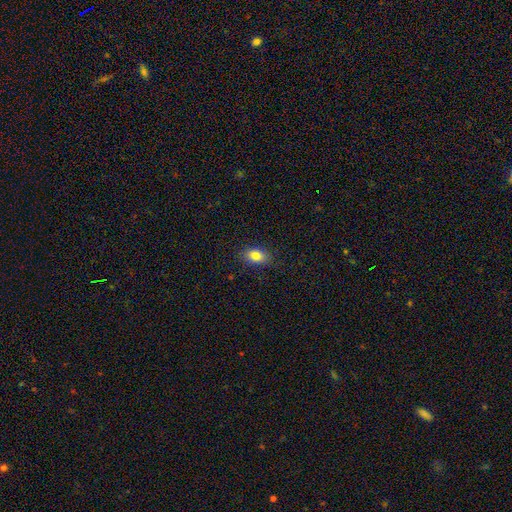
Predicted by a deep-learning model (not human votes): The model was most divided on "smooth or featured": smooth: 84%, star or artifact: 8%, featured or disk: 8%. More confident: how rounded — in between (88%); merging — none (87%).